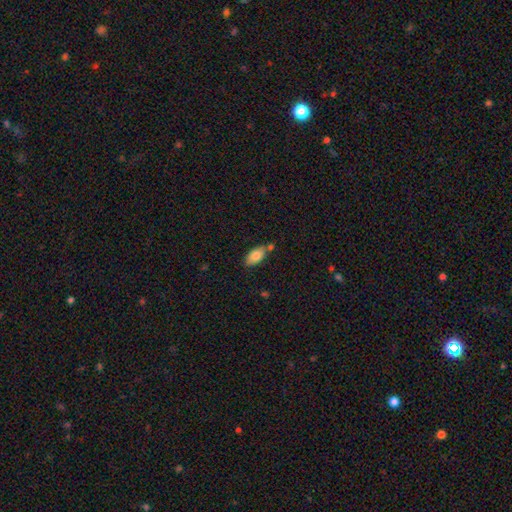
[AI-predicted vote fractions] The model was most divided on "merging": none: 68%, minor disturbance: 17%, merger: 12%, major disturbance: 3%. More confident: how rounded — in between (91%); smooth or featured — smooth (80%).